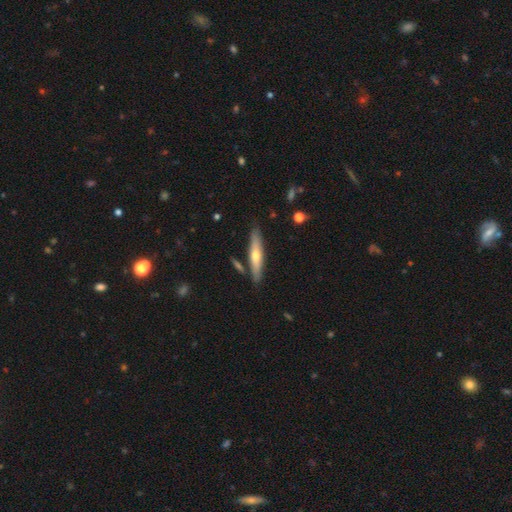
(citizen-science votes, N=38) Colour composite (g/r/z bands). It shows a featured or disk galaxy (74%) viewed edge-on (82%) with a rounded central bulge (96%). Merging: none (87%).